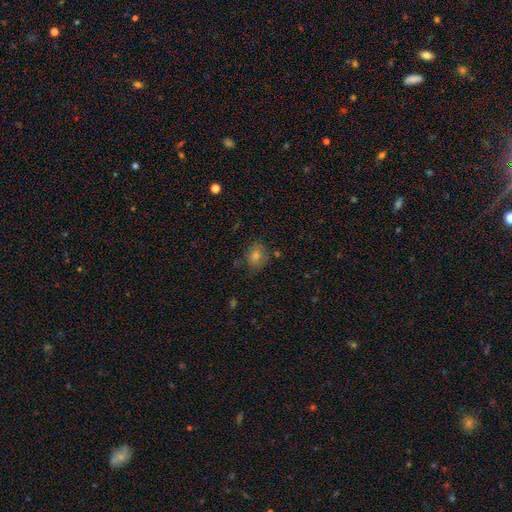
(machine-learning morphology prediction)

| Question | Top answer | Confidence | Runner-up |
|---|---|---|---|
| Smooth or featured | smooth | 64% | star or artifact (21%) |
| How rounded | round | 70% | in between (29%) |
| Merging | none | 73% | minor disturbance (18%) |